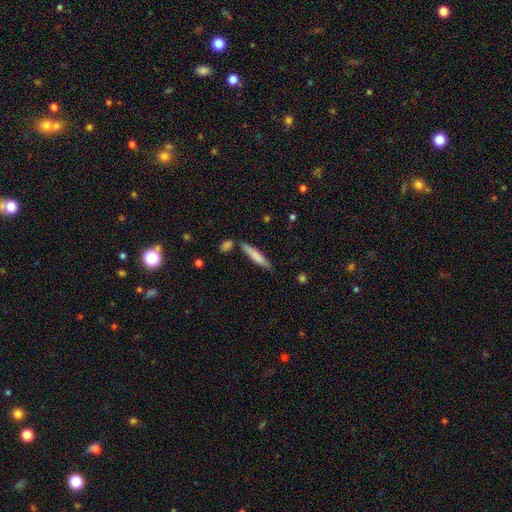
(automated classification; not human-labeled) This appears to be a smooth galaxy with no disk features (74%) that is cigar-shaped (89%). Merging: none (75%).